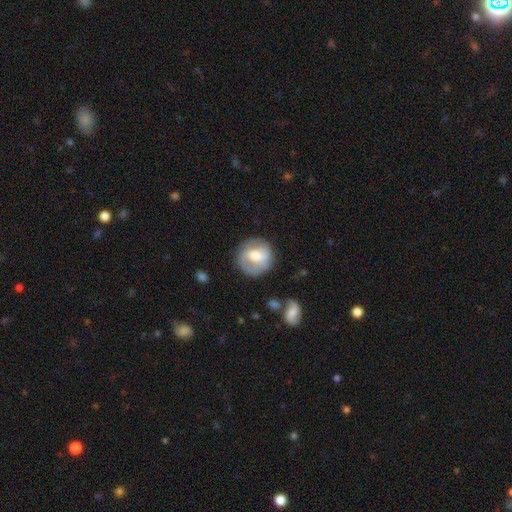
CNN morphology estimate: featured or disk 52%, smooth 41%, star or artifact 6%. Down the decision tree: edge-on disk — no (97%); bar — weak (46%); spiral arms — yes (70%); bulge size — moderate (61%); merging — none (76%).